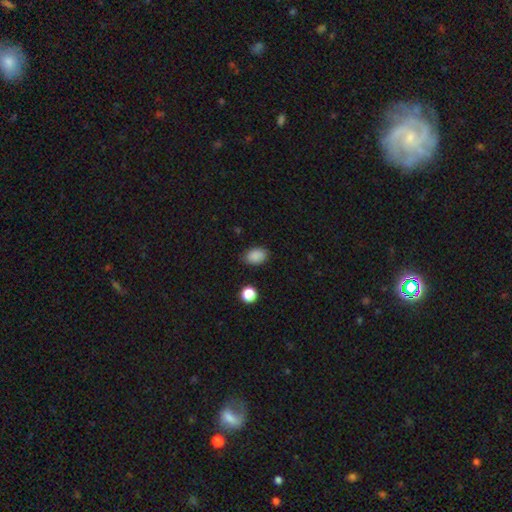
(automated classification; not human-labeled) Overall: smooth (88%). How rounded: in between (81%). Merging: none (81%).